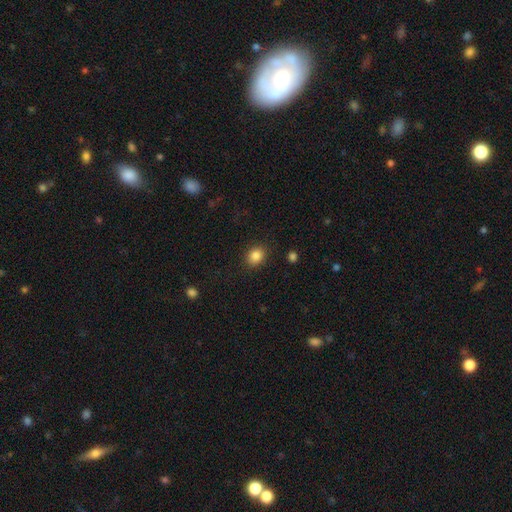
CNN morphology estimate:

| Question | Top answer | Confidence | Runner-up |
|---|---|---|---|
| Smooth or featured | smooth | 85% | star or artifact (10%) |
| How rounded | round | 56% | in between (43%) |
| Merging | none | 87% | minor disturbance (9%) |